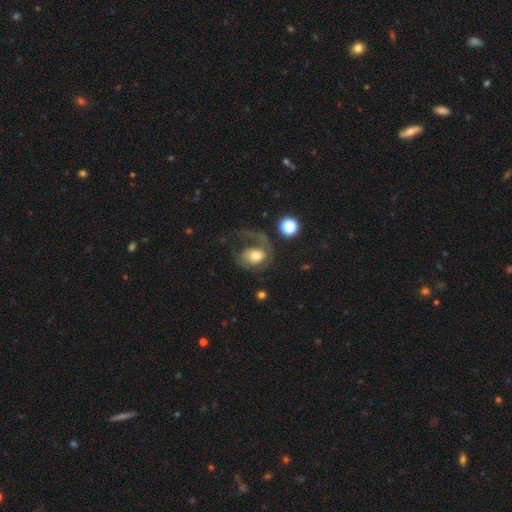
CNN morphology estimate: smooth_or_featured: featured or disk (p=0.51) [alt: smooth p=0.40]
disk_edge_on: no (p=0.97) [alt: yes p=0.03]
merging: major disturbance (p=0.51) [alt: none p=0.28]